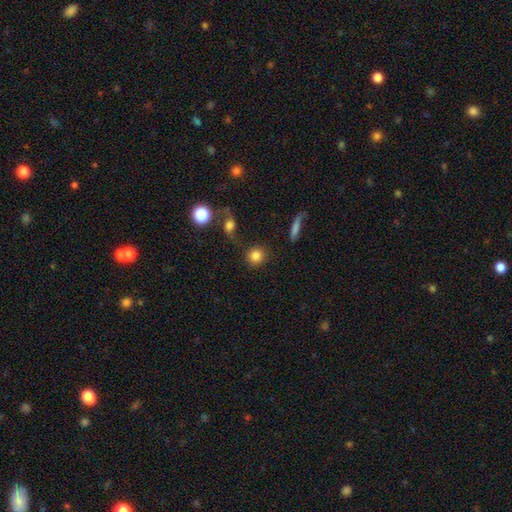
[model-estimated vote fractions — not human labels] The model was most divided on "merging": none: 81%, minor disturbance: 8%, merger: 7%, major disturbance: 4%. More confident: how rounded — round (91%); smooth or featured — smooth (84%).